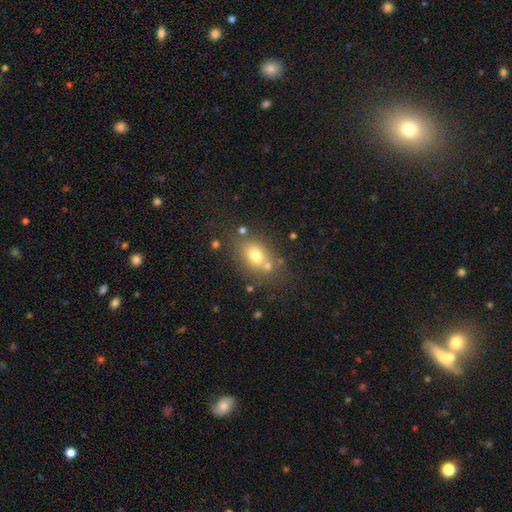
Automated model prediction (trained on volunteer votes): Smooth or featured? smooth (71%)
How rounded? in between (61%)
Merging? none (67%)